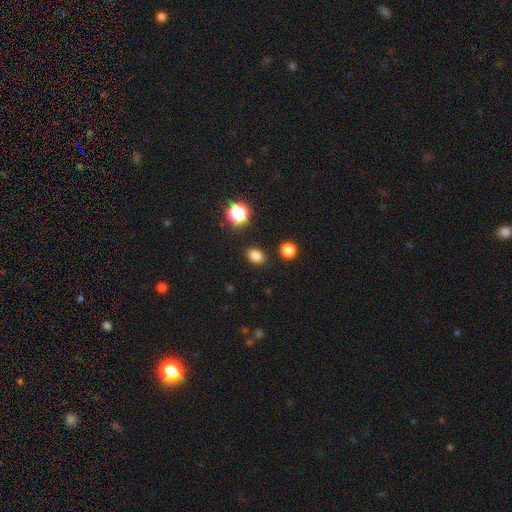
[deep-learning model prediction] Smooth or featured? smooth (82%)
How rounded? in between (71%)
Merging? none (87%)